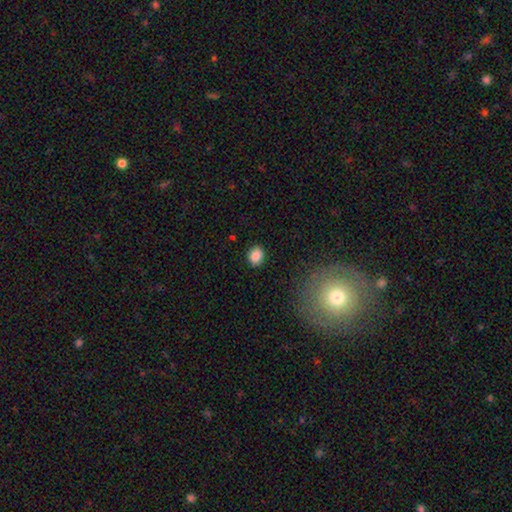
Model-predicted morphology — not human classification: Smooth or featured?
  - smooth: 86% *
  - star or artifact: 9%
  - featured or disk: 4%
How rounded?
  - round: 55% *
  - in between: 44%
  - cigar-shaped: 1%
Merging?
  - none: 88% *
  - minor disturbance: 8%
  - major disturbance: 2%
  - merger: 1%